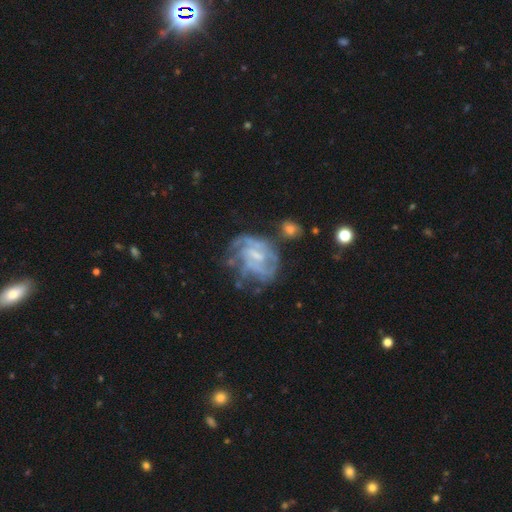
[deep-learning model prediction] Smooth or featured? Predicted: featured or disk (p=0.80). Edge-on disk? Predicted: no (p=0.97). Bar? Predicted: weak (p=0.50). Spiral arms? Predicted: yes (p=0.81). Spiral winding? Predicted: tight (p=0.44). Spiral arm count? Predicted: can't tell (p=0.45). Bulge size? Predicted: small (p=0.43). Merging? Predicted: none (p=0.46).